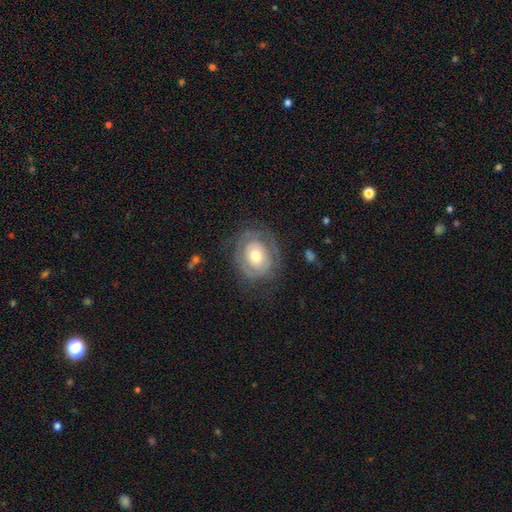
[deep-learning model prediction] Overall: featured or disk (61%; smooth 32%). Edge-on disk: no (96%). Bar: no (80%). Spiral arms: yes (58%; no 42%). Bulge size: moderate (62%). Merging: none (69%).